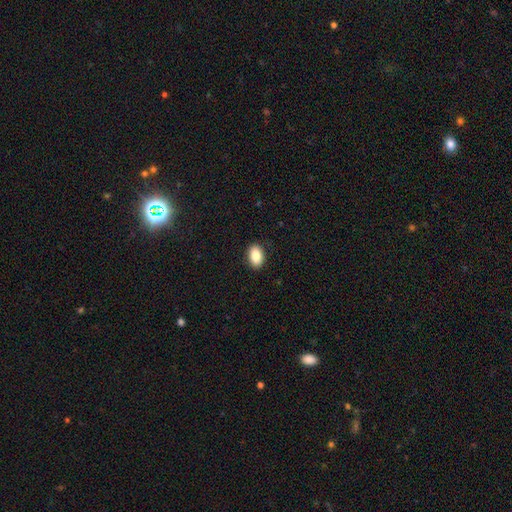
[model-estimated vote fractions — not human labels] This is clearly a smooth galaxy (86%). How rounded: clearly in between (89%). Merging: clearly none (90%).